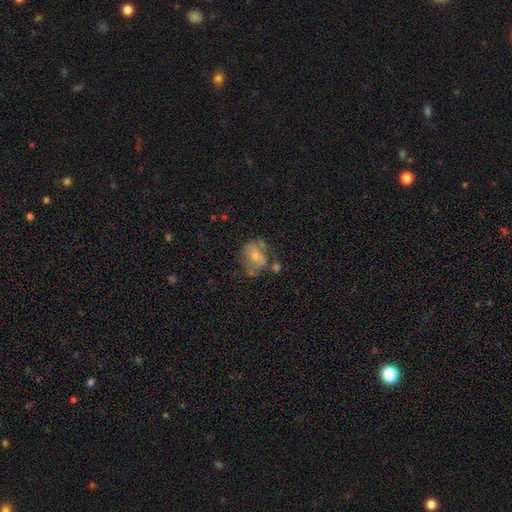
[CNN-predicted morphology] Smooth or featured? Predicted: featured or disk (p=0.46). Merging? Predicted: none (p=0.51).